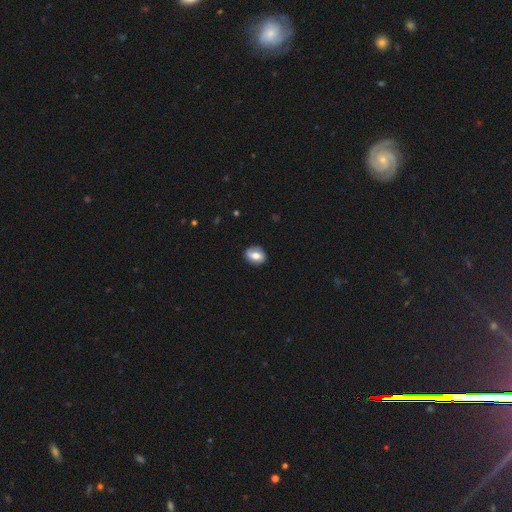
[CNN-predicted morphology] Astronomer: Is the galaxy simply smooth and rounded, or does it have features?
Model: smooth — 57% (runner-up: featured or disk, 35%).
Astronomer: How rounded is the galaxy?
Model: in between — 55% (runner-up: round, 44%).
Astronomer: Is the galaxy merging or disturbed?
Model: none — 80%.